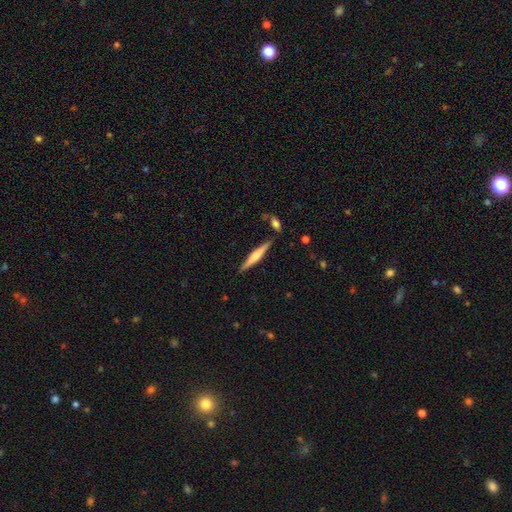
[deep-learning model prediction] smooth-or-featured: featured or disk: 55% | smooth: 39% | star or artifact: 6%
  disk-edge-on: yes: 97% | no: 3%
    edge-on-bulge: rounded: 71% | none: 15% | boxy: 14%
  merging: none: 87% | minor disturbance: 8% | merger: 3% | major disturbance: 2%